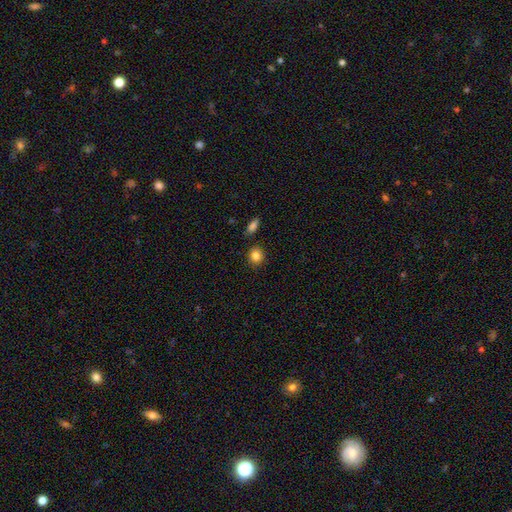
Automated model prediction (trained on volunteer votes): A smooth galaxy with no disk features (86%) that is round (81%). Merging: none (86%).